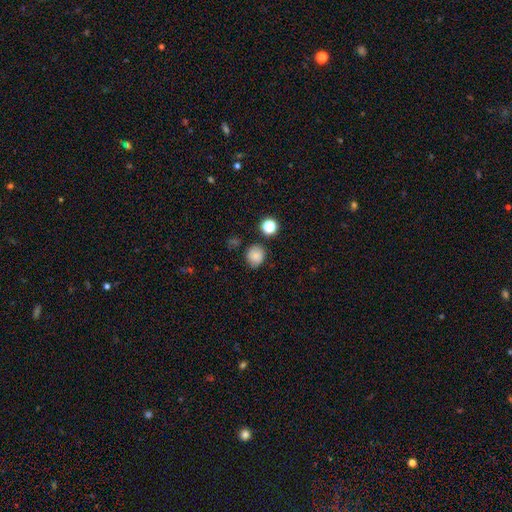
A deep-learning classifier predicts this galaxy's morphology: This is likely a smooth galaxy (80%). How rounded: likely round (74%). Merging: likely none (78%).